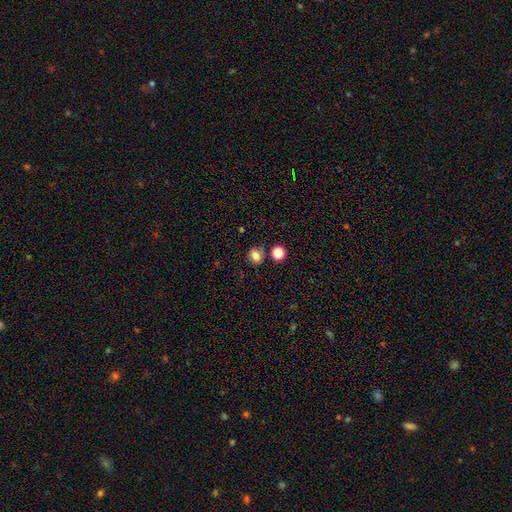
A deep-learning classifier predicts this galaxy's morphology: The model was most divided on "how rounded": round: 63%, in between: 36%, cigar-shaped: 1%. More confident: smooth or featured — smooth (79%); merging — none (70%).